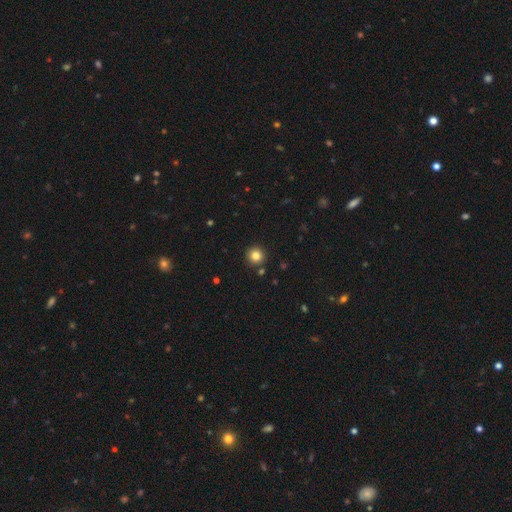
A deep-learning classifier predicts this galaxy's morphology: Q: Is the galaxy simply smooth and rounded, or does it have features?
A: smooth — 83%.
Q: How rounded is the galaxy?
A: round — 95%.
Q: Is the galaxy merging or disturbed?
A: none — 91%.